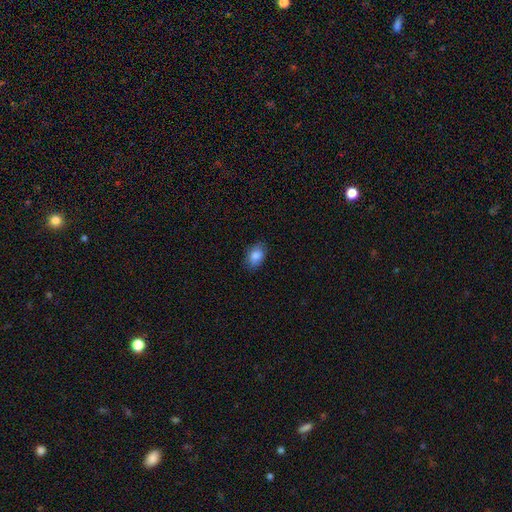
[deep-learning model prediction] A smooth galaxy with no disk features (85%) that is in between round and cigar-shaped (87%). Merging: none (83%).